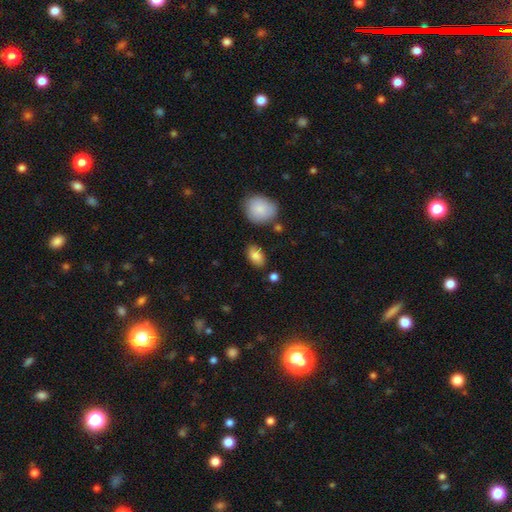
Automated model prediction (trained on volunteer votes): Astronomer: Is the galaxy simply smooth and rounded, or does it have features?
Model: smooth — 85%.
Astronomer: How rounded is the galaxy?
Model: in between — 90%.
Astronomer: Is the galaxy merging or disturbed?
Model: none — 82%.